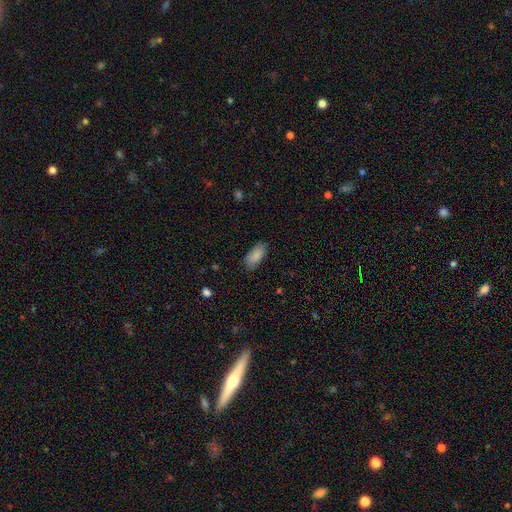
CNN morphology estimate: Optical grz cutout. It shows a smooth galaxy with no disk features (88%) that is in between round and cigar-shaped (88%). Merging: none (83%).